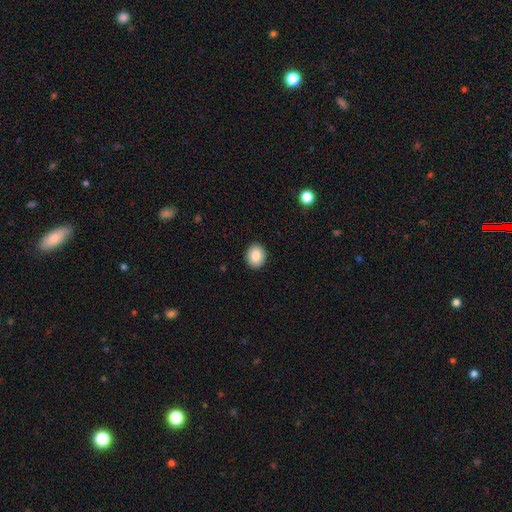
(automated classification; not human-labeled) The model was most divided on "how rounded": round: 63%, in between: 37%, cigar-shaped: 1%. More confident: merging — none (91%); smooth or featured — smooth (87%).